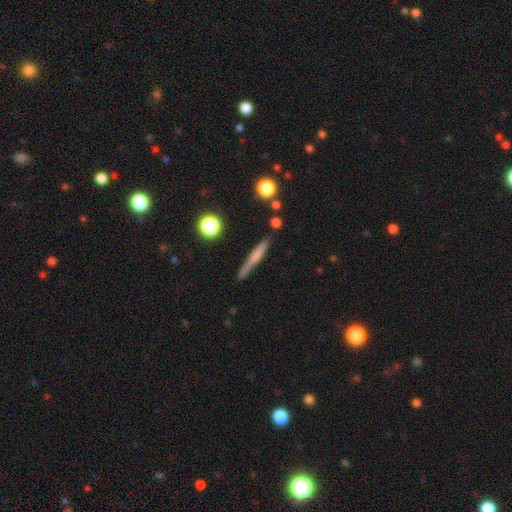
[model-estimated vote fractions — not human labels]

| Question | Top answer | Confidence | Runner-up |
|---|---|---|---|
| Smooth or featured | smooth | 51% | featured or disk (41%) |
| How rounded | cigar-shaped | 92% | in between (5%) |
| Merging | none | 82% | minor disturbance (12%) |